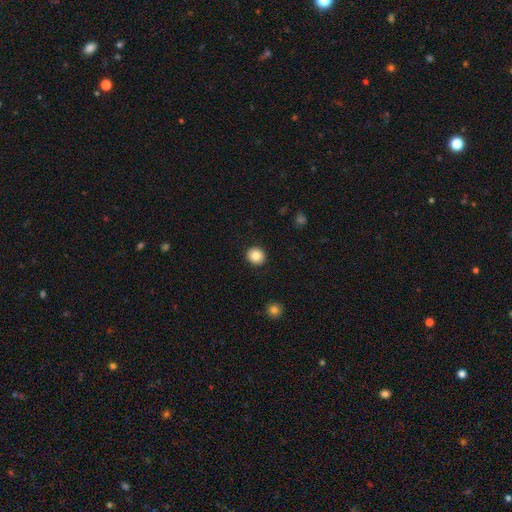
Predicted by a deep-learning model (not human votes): Smooth or featured? smooth (84%)
How rounded? round (84%)
Merging? none (92%)